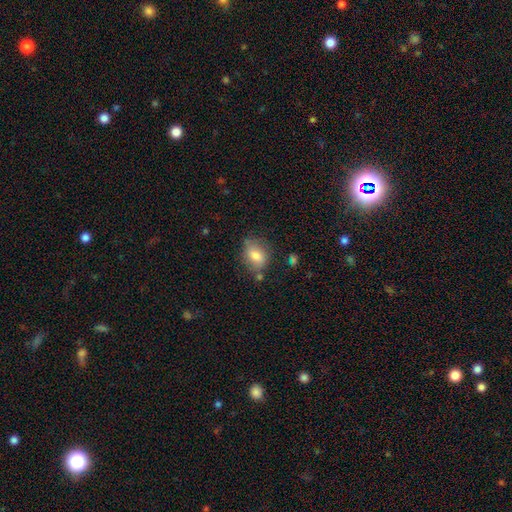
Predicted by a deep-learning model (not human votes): Q: Smooth or featured?
A: smooth (76%); runner-up: featured or disk (15%)
Q: How rounded?
A: in between (66%); runner-up: round (33%)
Q: Merging?
A: none (68%); runner-up: minor disturbance (21%)